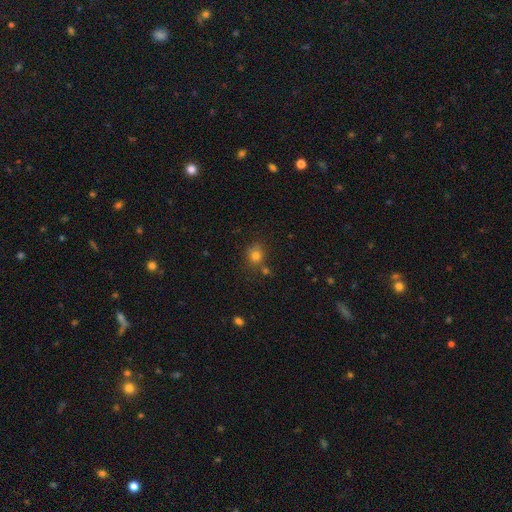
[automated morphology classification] This appears to be a smooth galaxy with no disk features (78%) that is round (74%). Merging: none (66%).